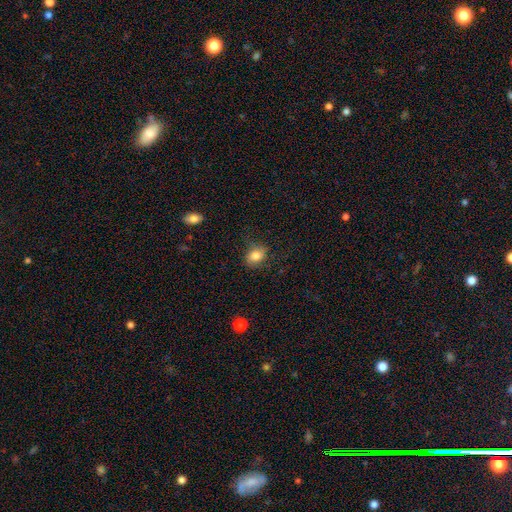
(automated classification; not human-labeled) The model was most divided on "how rounded": in between: 64%, round: 35%, cigar-shaped: 1%. More confident: smooth or featured — smooth (81%); merging — none (71%).